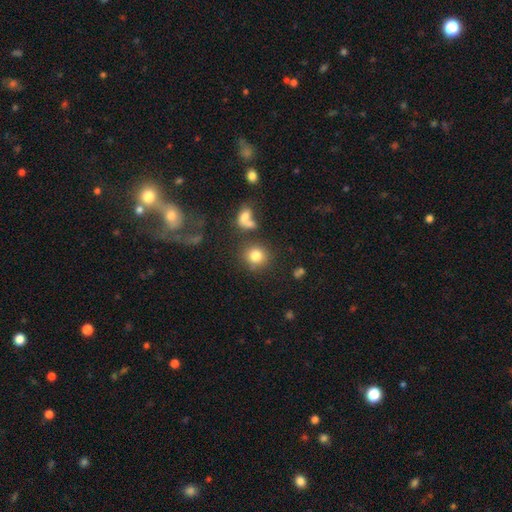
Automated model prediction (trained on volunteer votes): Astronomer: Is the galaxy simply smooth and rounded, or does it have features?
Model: smooth — 81%.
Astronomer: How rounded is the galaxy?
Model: round — 87%.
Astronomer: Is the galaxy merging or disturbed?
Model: none — 75%.